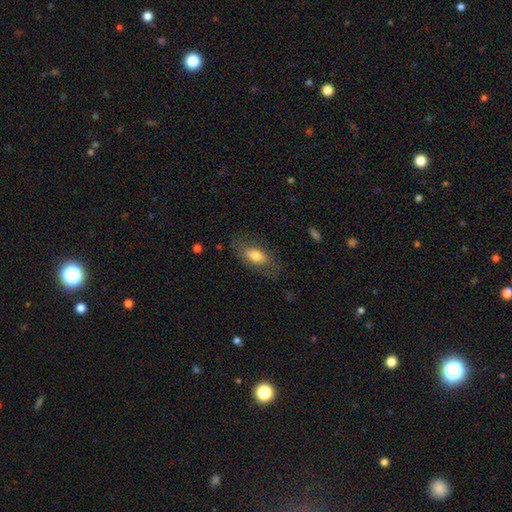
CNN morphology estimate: The model was most divided on "merging": none: 68%, minor disturbance: 20%, major disturbance: 11%, merger: 2%. More confident: how rounded — in between (86%); smooth or featured — smooth (71%).